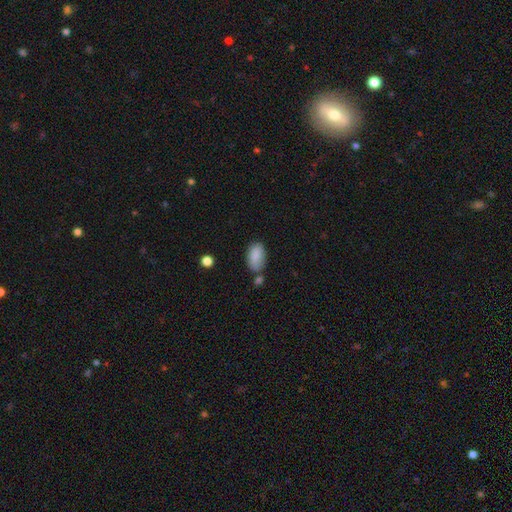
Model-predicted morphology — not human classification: Smooth or featured? smooth (86%)
How rounded? in between (93%)
Merging? none (62%)